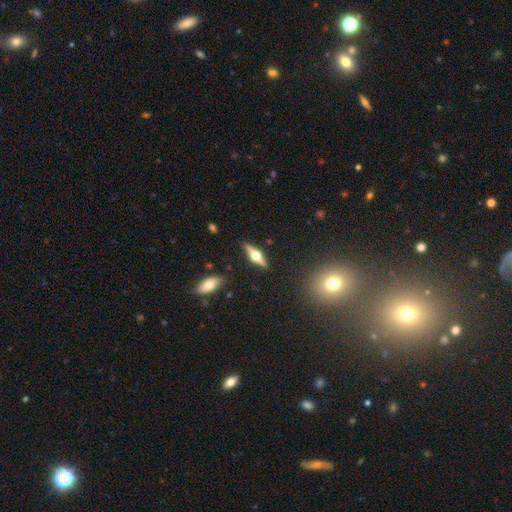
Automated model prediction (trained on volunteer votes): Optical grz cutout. It shows a featured or disk galaxy (75%) viewed edge-on (97%) with a rounded central bulge (96%). Merging: none (89%).